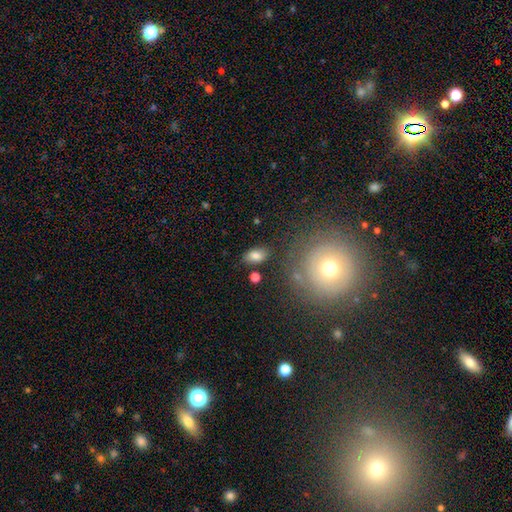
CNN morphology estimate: type=smooth (80%); roundness=in between (90%); merging=none (79%).